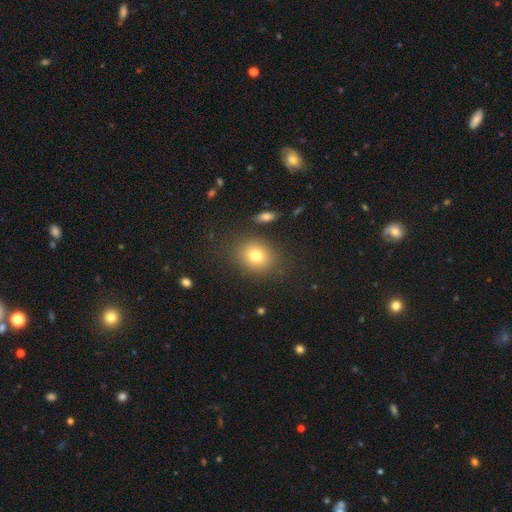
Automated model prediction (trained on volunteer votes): Smooth or featured? Predicted: smooth (p=0.75). How rounded? Predicted: round (p=0.59). Merging? Predicted: none (p=0.83).